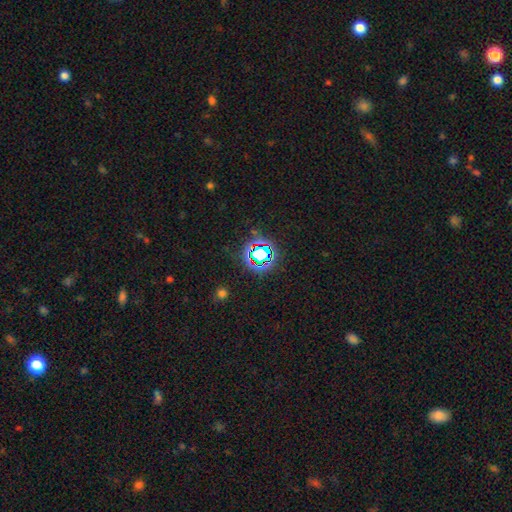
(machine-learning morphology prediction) This is likely a star or artifact rather than a galaxy (70%).